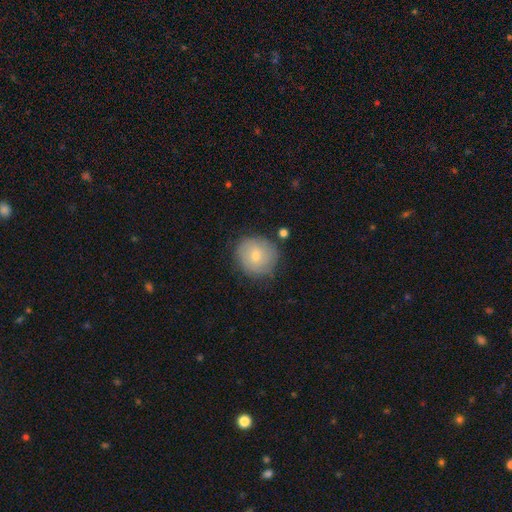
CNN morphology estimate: The model was most divided on "smooth or featured": smooth: 63%, featured or disk: 29%, star or artifact: 8%. More confident: how rounded — round (88%); merging — none (77%).